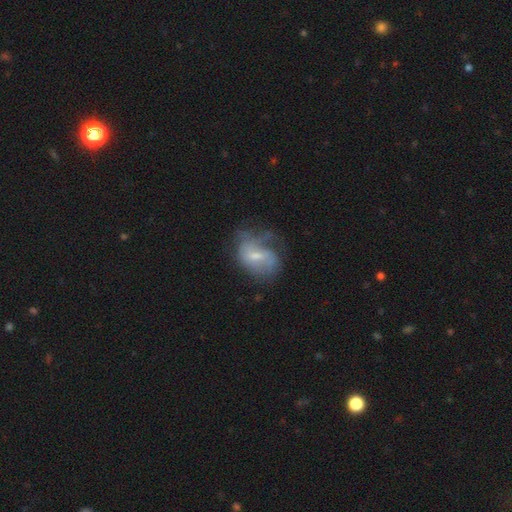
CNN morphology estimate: smooth_or_featured: featured or disk (p=0.56) [alt: smooth p=0.35]
disk_edge_on: no (p=0.96) [alt: yes p=0.04]
bar: weak (p=0.51) [alt: no p=0.35]
has_spiral_arms: yes (p=0.60) [alt: no p=0.40]
bulge_size: small (p=0.52) [alt: moderate p=0.33]
merging: none (p=0.35) [alt: major disturbance p=0.33]